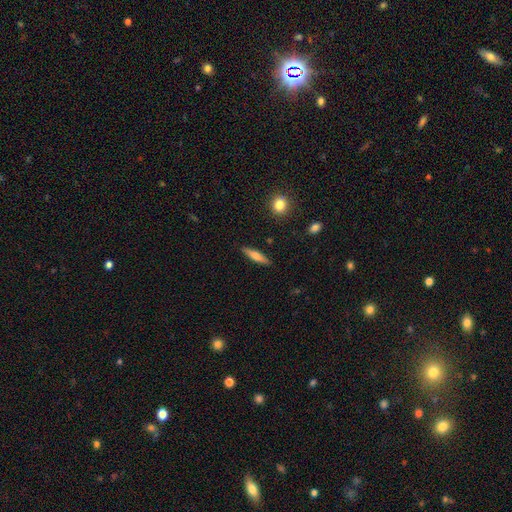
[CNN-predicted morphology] smooth-or-featured: smooth: 58% | featured or disk: 35% | star or artifact: 6%
  how-rounded: cigar-shaped: 81% | in between: 17% | round: 2%
  merging: none: 89% | minor disturbance: 8% | major disturbance: 2% | merger: 2%